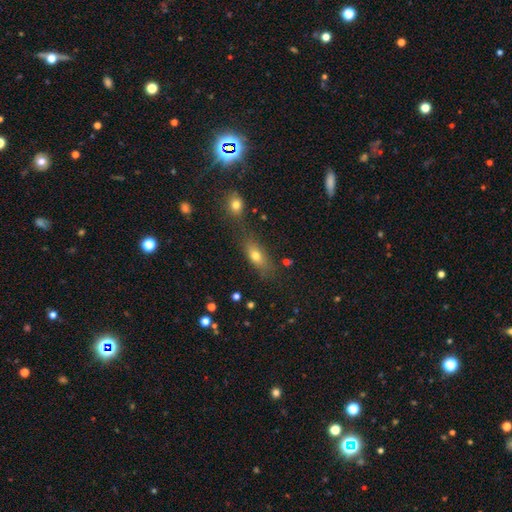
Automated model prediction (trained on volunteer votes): smooth 69%, featured or disk 17%, star or artifact 14%. Down the decision tree: how rounded — in between (68%); merging — none (63%).